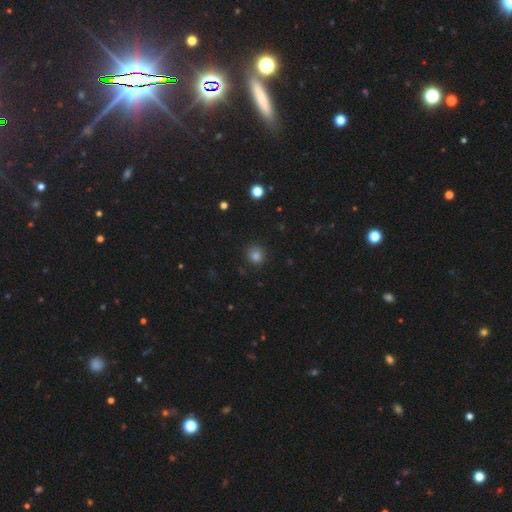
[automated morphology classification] smooth_or_featured: smooth (p=0.81) [alt: star or artifact p=0.14]
how_rounded: round (p=0.91) [alt: in between p=0.08]
merging: none (p=0.87) [alt: minor disturbance p=0.09]